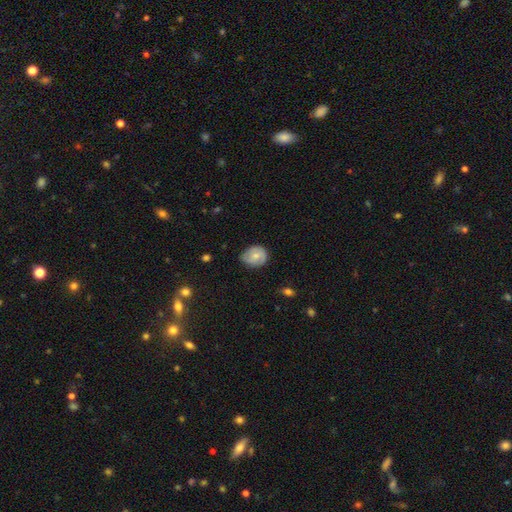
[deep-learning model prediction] Q: Smooth or featured?
A: smooth (60%); runner-up: featured or disk (33%)
Q: How rounded?
A: round (66%); runner-up: in between (33%)
Q: Merging?
A: none (65%); runner-up: minor disturbance (28%)